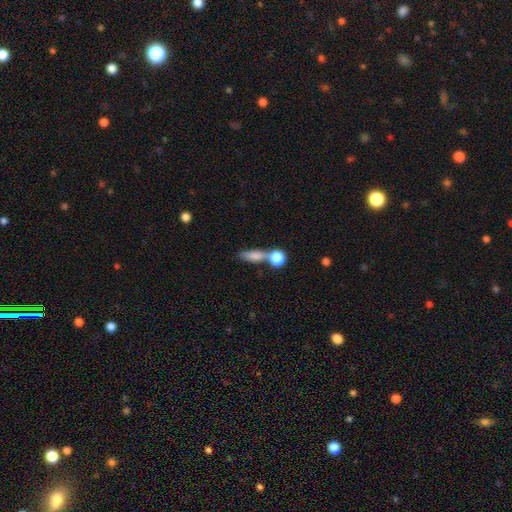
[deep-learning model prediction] smooth 76%, featured or disk 15%, star or artifact 9%. Down the decision tree: how rounded — in between (47%); merging — none (45%).